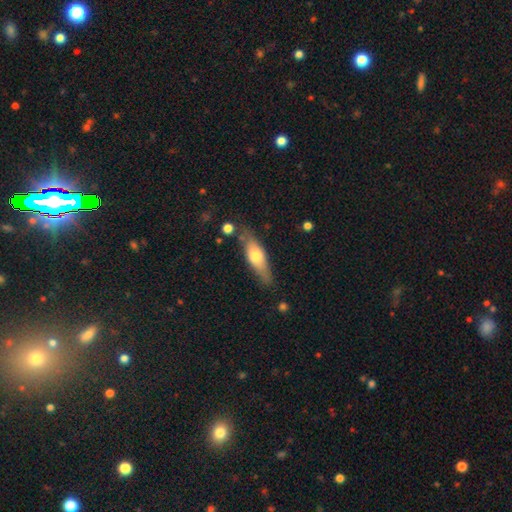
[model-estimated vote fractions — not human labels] A smooth galaxy with no disk features (56%) that is cigar-shaped (50%). Merging: none (74%).